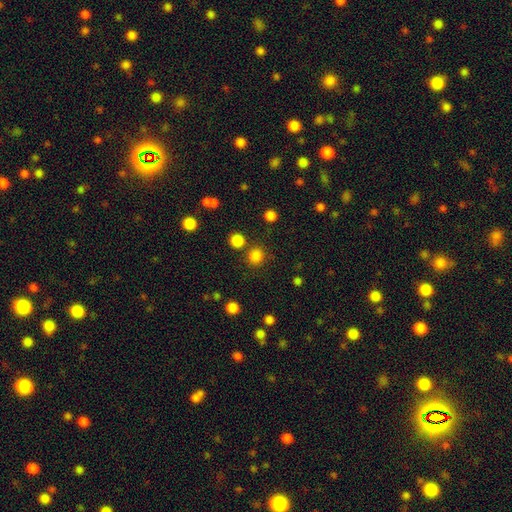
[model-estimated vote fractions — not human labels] Overall: smooth (81%). How rounded: round (89%). Merging: none (81%).